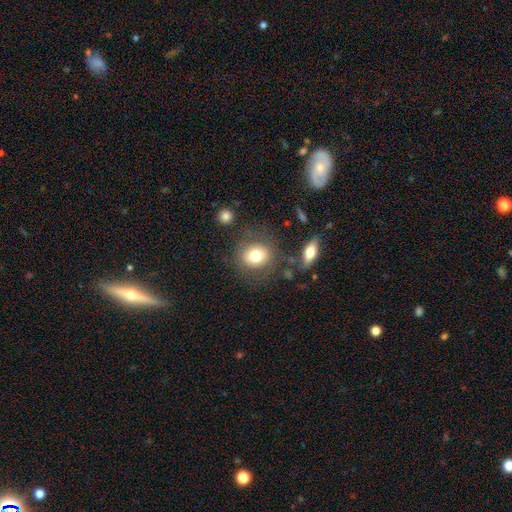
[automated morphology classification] The model was most divided on "how rounded": round: 75%, in between: 24%, cigar-shaped: 1%. More confident: smooth or featured — smooth (76%); merging — none (76%).